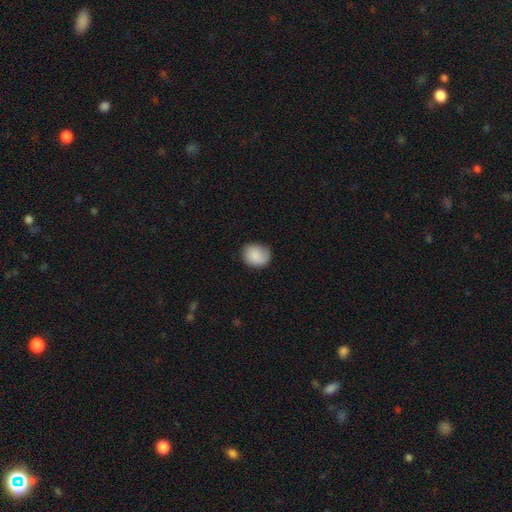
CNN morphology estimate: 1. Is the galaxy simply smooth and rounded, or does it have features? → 85% smooth, 7% featured or disk, 7% star or artifact.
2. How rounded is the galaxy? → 69% round, 30% in between, 1% cigar-shaped.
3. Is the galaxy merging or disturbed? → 76% none, 19% minor disturbance, 4% major disturbance, 1% merger.